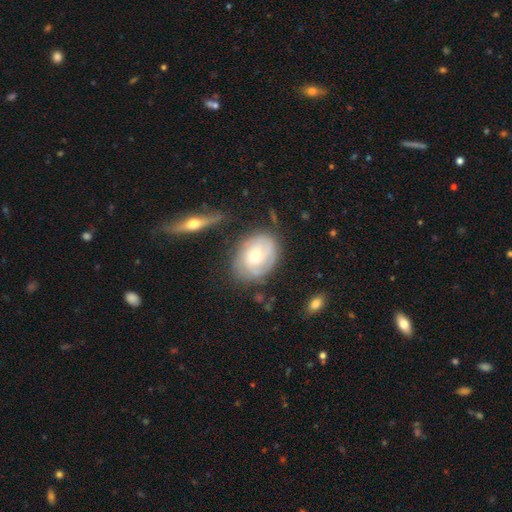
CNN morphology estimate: Overall: featured or disk (65%; smooth 28%). Edge-on disk: no (95%). Bar: no (69%). Spiral arms: yes (84%). Spiral arm count: can't tell (37%; 2 30%). Spiral winding: tight (63%; medium 28%). Bulge size: moderate (57%; small 37%). Merging: none (70%).